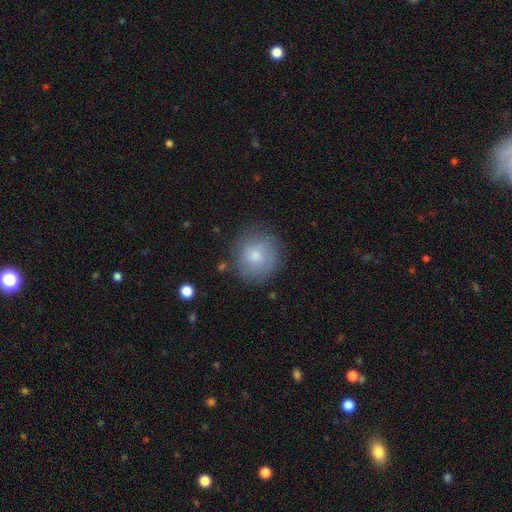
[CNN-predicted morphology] type=smooth (70%); roundness=round (91%); merging=none (77%).